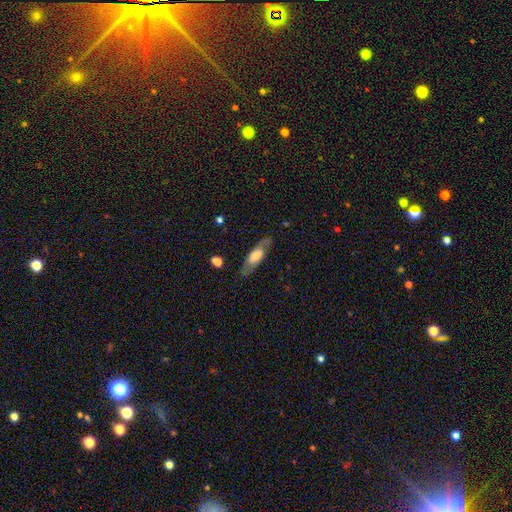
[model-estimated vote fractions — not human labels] The model was most divided on "smooth or featured": featured or disk: 48%, smooth: 45%, star or artifact: 6%. More confident: merging — none (79%).